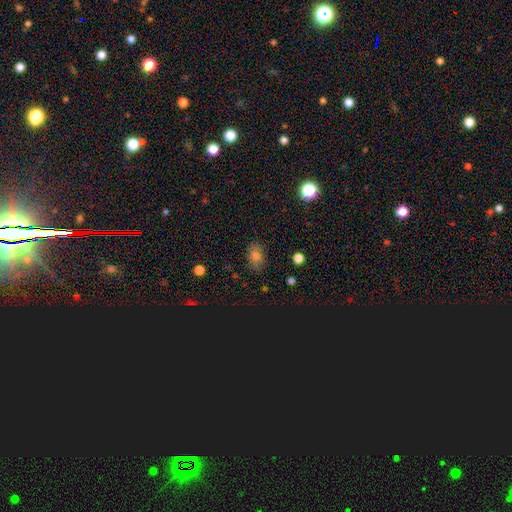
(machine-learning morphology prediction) Smooth or featured? smooth (74%)
How rounded? in between (78%)
Merging? none (82%)